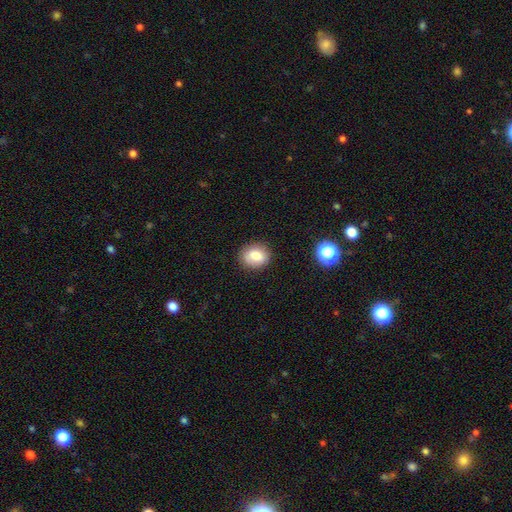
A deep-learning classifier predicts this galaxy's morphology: type=smooth (81%); roundness=round (54%); merging=none (86%).